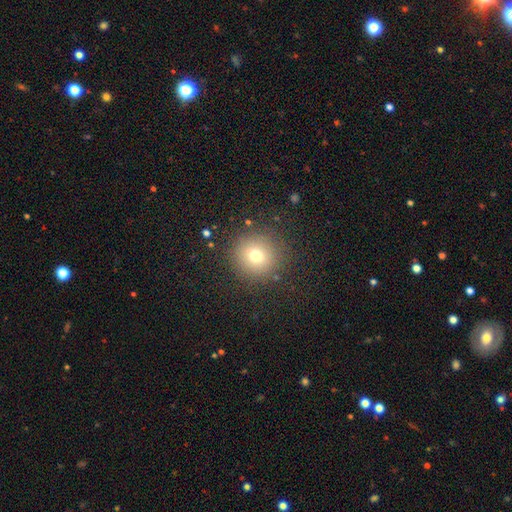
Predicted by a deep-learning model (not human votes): Smooth or featured: smooth — 72% (star or artifact — 16%)
How rounded: round — 93% (in between — 6%)
Merging: none — 87% (minor disturbance — 7%)